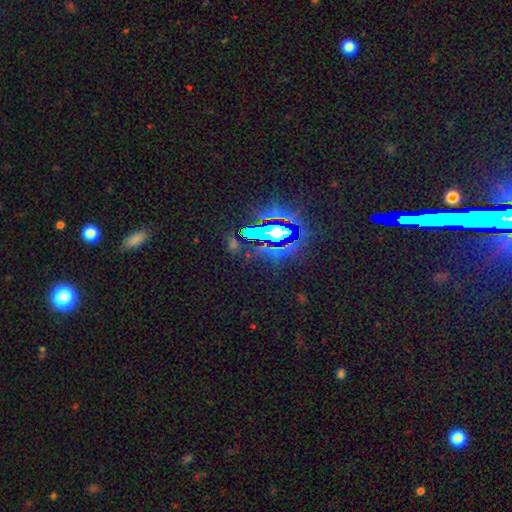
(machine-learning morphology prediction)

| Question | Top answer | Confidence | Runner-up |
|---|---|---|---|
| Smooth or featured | star or artifact | 79% | smooth (11%) |